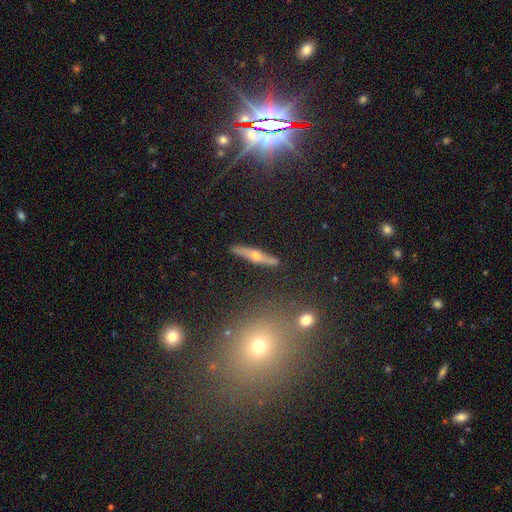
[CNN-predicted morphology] type=featured or disk (65%); edge-on=yes (90%); edge-on bulge=rounded (93%); merging=none (87%).